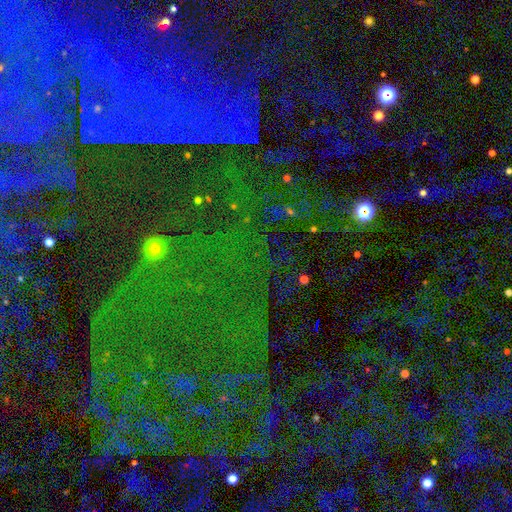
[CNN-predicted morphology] Smooth or featured? Predicted: star or artifact (p=0.80).